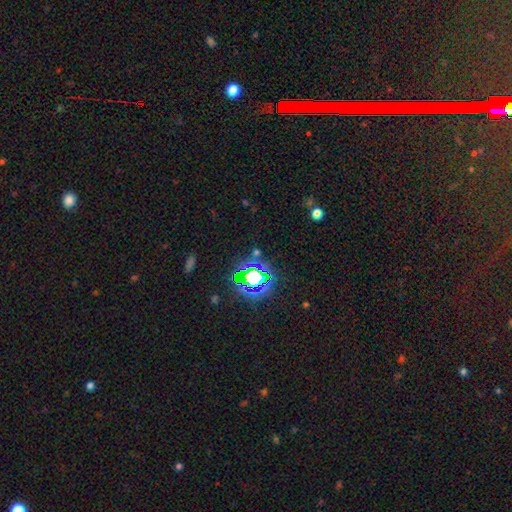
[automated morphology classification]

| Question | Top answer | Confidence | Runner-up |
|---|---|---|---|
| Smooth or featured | star or artifact | 74% | smooth (17%) |